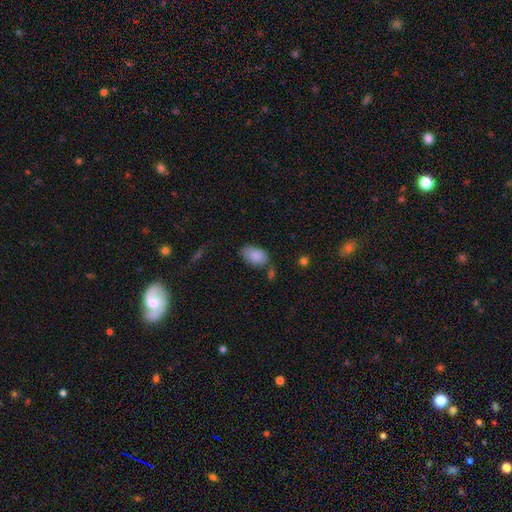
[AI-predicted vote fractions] Morphology: type=smooth (86%); roundness=in between (92%); merging=none (61%).